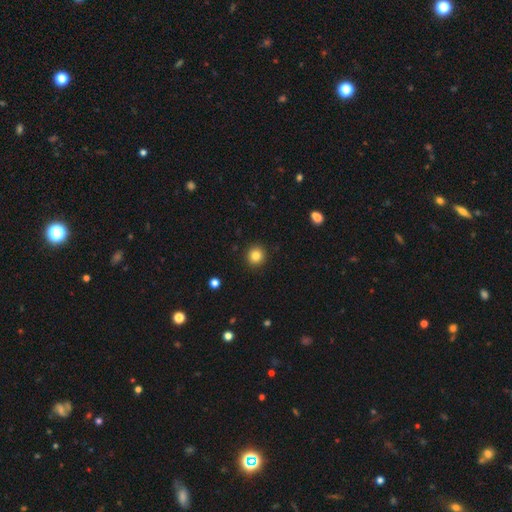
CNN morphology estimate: This is clearly a smooth galaxy (84%). How rounded: clearly round (92%). Merging: clearly none (92%).